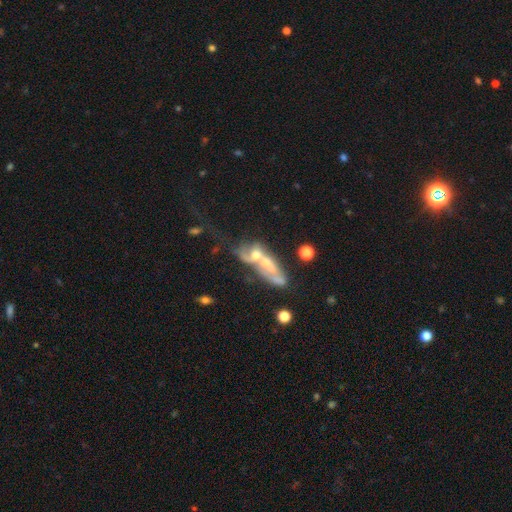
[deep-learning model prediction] The model was most divided on "smooth or featured": featured or disk: 52%, smooth: 38%, star or artifact: 10%. More confident: edge-on disk — no (87%); merging — merger (74%).